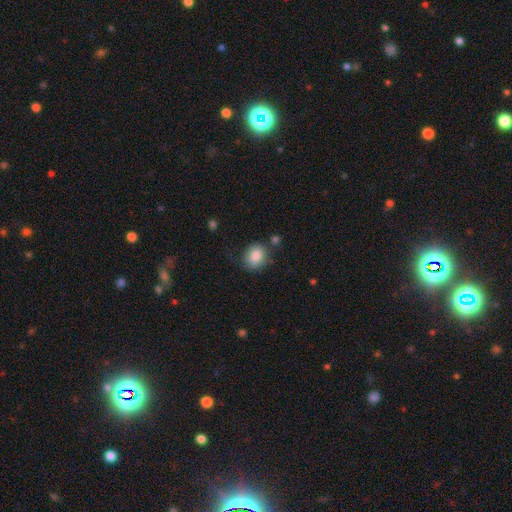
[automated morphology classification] type=smooth (83%); roundness=round (61%); merging=none (66%).